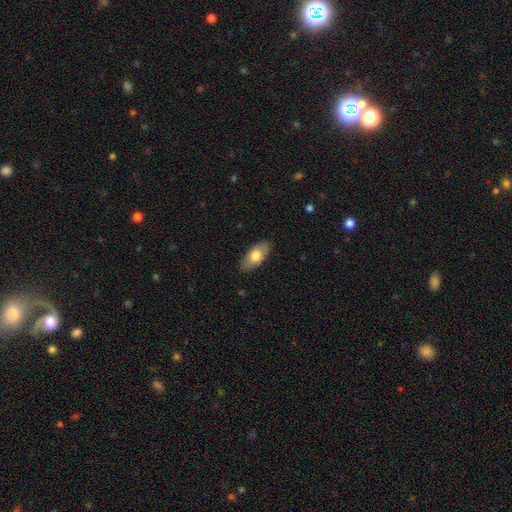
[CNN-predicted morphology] This appears to be a smooth galaxy with no disk features (72%) that is in between round and cigar-shaped (91%). Merging: none (86%).